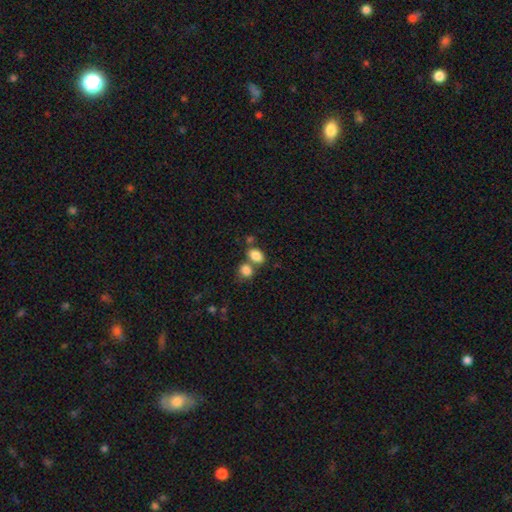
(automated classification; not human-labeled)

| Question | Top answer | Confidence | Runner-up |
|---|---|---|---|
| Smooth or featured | smooth | 84% | star or artifact (9%) |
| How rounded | in between | 78% | round (20%) |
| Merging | none | 48% | merger (38%) |